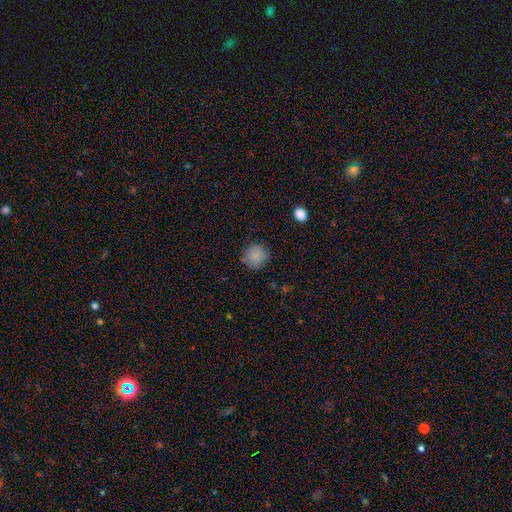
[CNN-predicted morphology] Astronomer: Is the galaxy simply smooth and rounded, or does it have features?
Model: smooth — 86%.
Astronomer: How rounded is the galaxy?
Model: round — 90%.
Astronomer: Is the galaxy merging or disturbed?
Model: none — 83%.